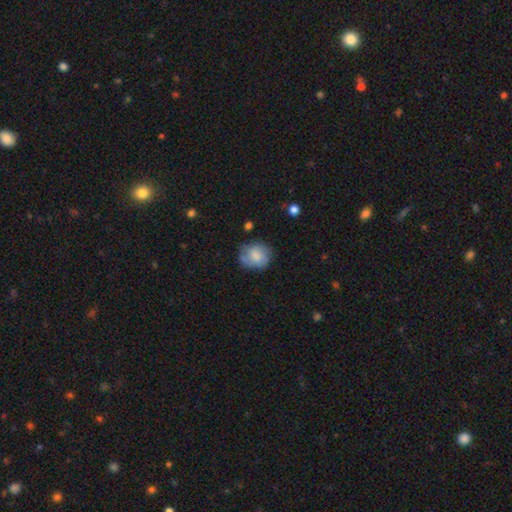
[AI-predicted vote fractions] Q: Smooth or featured?
A: smooth (69%); runner-up: featured or disk (23%)
Q: How rounded?
A: round (66%); runner-up: in between (33%)
Q: Merging?
A: none (58%); runner-up: minor disturbance (28%)